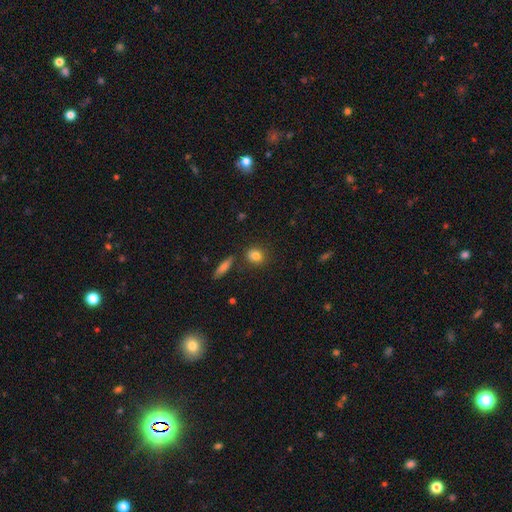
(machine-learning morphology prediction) A smooth galaxy with no disk features (82%) that is round (57%).

Vote fractions:
- Smooth or featured? smooth: 82% / star or artifact: 10% / featured or disk: 8%
- How rounded? round: 57% / in between: 40% / cigar-shaped: 3%
- Merging? none: 80% / minor disturbance: 11% / merger: 6% / major disturbance: 3%